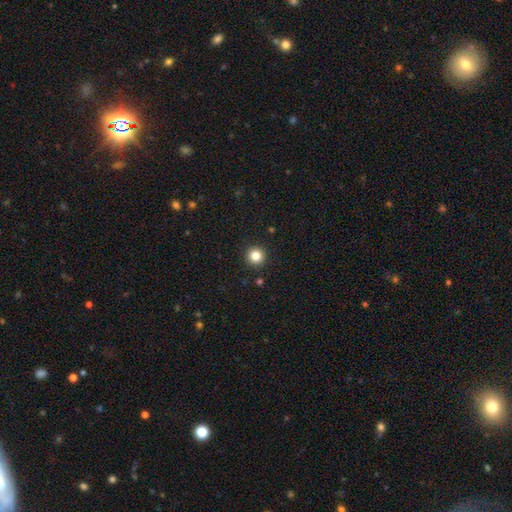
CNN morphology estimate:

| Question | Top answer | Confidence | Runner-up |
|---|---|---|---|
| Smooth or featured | smooth | 84% | star or artifact (11%) |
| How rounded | round | 96% | in between (3%) |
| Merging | none | 93% | minor disturbance (4%) |